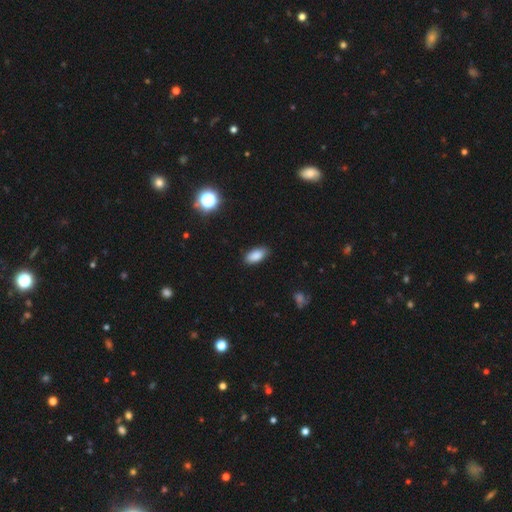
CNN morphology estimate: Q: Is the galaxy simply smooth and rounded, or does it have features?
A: smooth — 87%.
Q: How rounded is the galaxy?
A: in between — 91%.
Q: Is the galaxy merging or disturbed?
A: none — 85%.